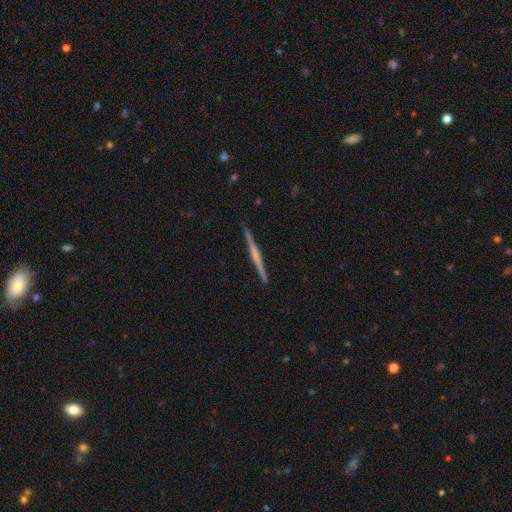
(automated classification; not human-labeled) smooth_or_featured: featured or disk (p=0.71) [alt: smooth p=0.24]
disk_edge_on: yes (p=0.98) [alt: no p=0.02]
edge_on_bulge: rounded (p=0.42) [alt: none p=0.40]
merging: none (p=0.92) [alt: minor disturbance p=0.05]